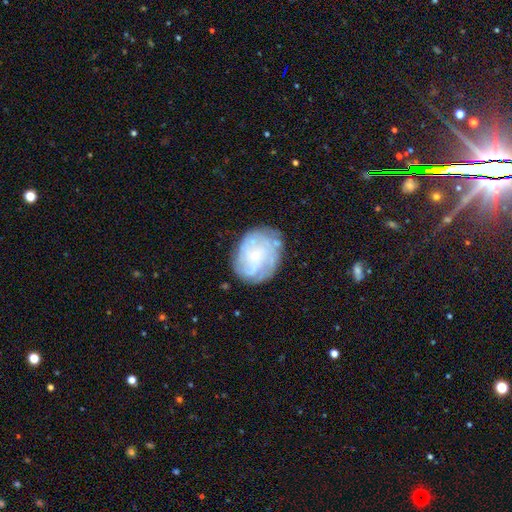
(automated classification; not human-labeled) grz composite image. It shows a featured or disk galaxy (70%) with no bar (81%), tight (61%) spiral arms (81%) and a small central bulge (82%). Merging: none (69%).